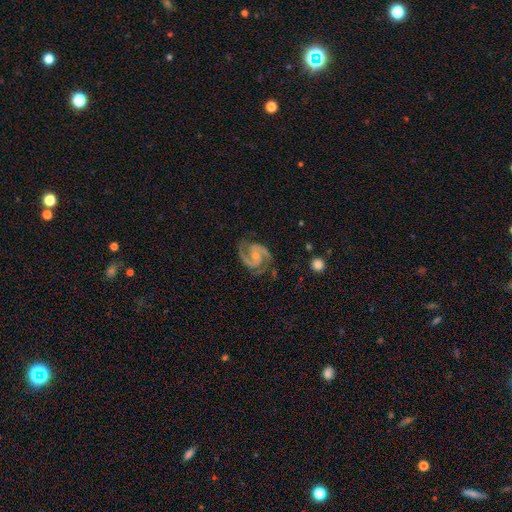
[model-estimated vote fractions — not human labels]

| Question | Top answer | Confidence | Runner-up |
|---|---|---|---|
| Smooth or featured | featured or disk | 93% | star or artifact (4%) |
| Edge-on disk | no | 98% | yes (2%) |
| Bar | no | 47% | weak (41%) |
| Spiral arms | yes | 99% | no (1%) |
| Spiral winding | medium | 61% | tight (29%) |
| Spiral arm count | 2 | 91% | 3 (4%) |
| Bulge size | small | 59% | moderate (31%) |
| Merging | none | 75% | minor disturbance (17%) |